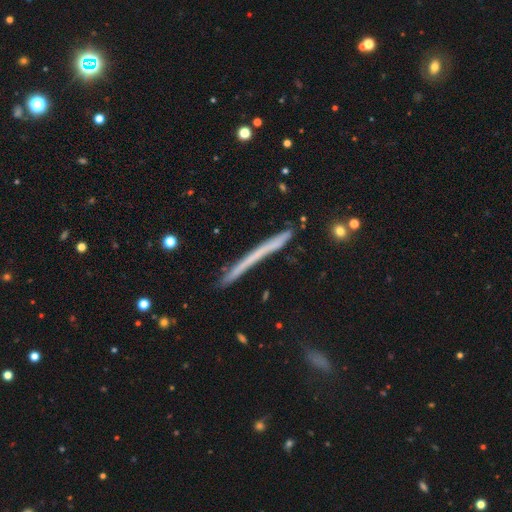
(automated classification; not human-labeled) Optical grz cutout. It shows a featured or disk galaxy (47%, tied with smooth). Merging: none (85%).